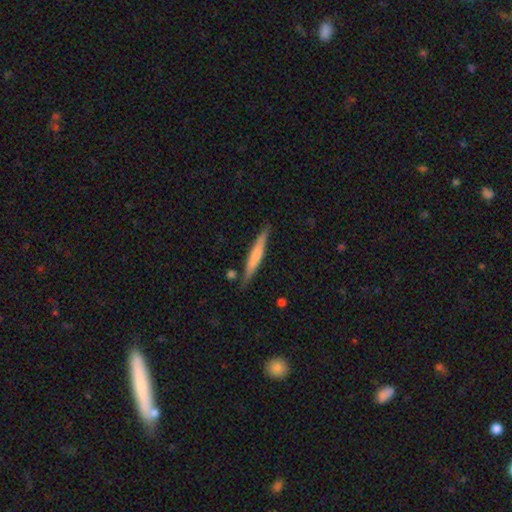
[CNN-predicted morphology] Smooth or featured?
  - smooth: 59% *
  - featured or disk: 36%
  - star or artifact: 5%
How rounded?
  - cigar-shaped: 94% *
  - in between: 4%
  - round: 1%
Merging?
  - none: 83% *
  - minor disturbance: 12%
  - merger: 3%
  - major disturbance: 2%